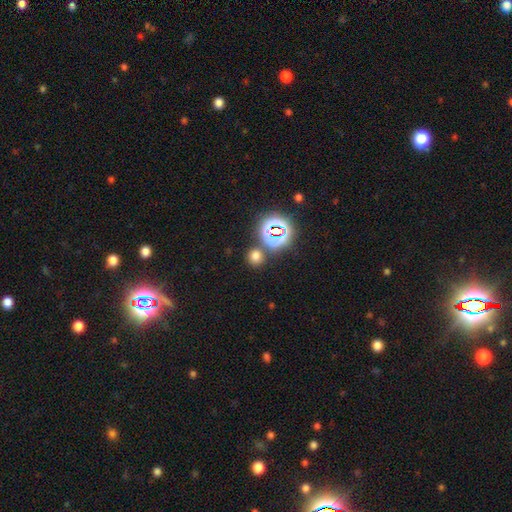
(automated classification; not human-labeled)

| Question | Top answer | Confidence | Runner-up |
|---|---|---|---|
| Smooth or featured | smooth | 63% | star or artifact (31%) |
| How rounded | round | 85% | in between (14%) |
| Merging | none | 80% | merger (9%) |